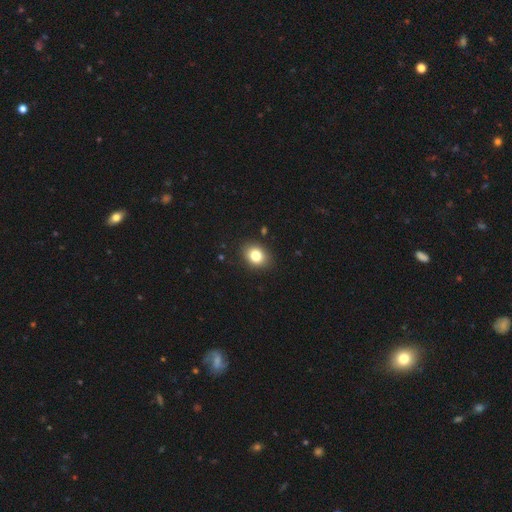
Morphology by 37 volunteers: smooth 89%, featured or disk 5%, star or artifact 5%. Down the decision tree: how rounded — in between (52%); merging — none (83%).